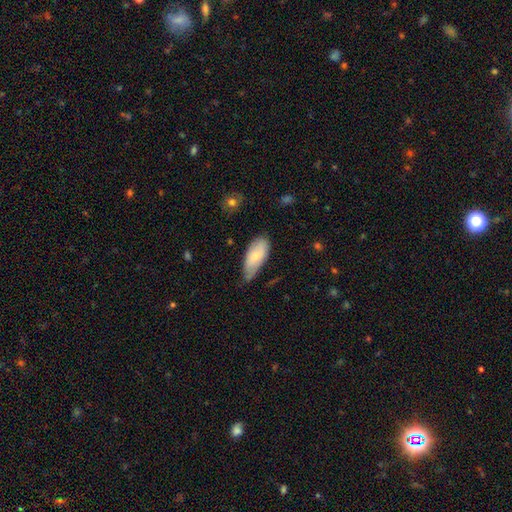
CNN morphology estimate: type=smooth (73%); roundness=in between (89%); merging=none (46%).